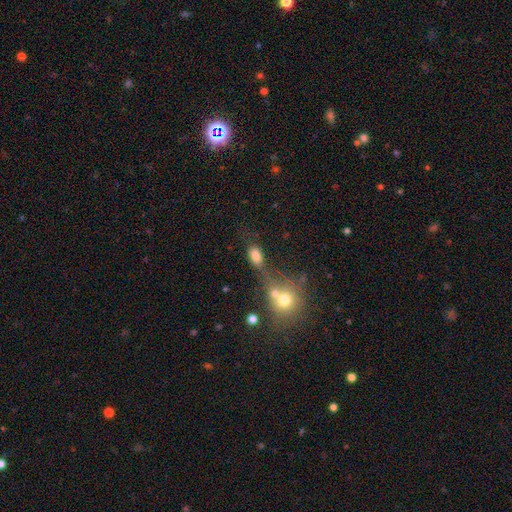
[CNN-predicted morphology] The model was most divided on "merging": none: 42%, merger: 31%, minor disturbance: 16%, major disturbance: 11%. More confident: how rounded — in between (85%); smooth or featured — smooth (79%).